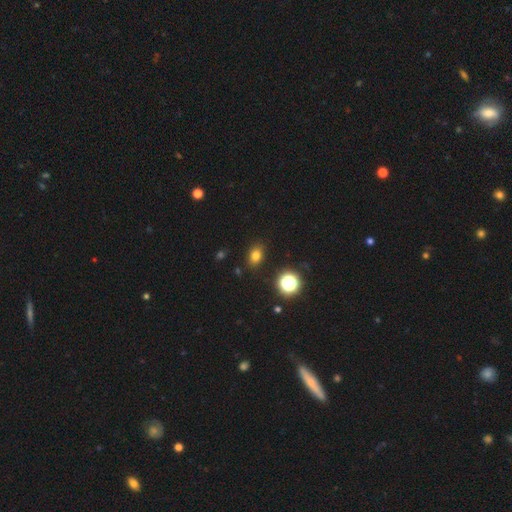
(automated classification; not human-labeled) Smooth or featured: smooth — 76% (star or artifact — 17%)
How rounded: in between — 65% (round — 33%)
Merging: none — 86% (minor disturbance — 9%)